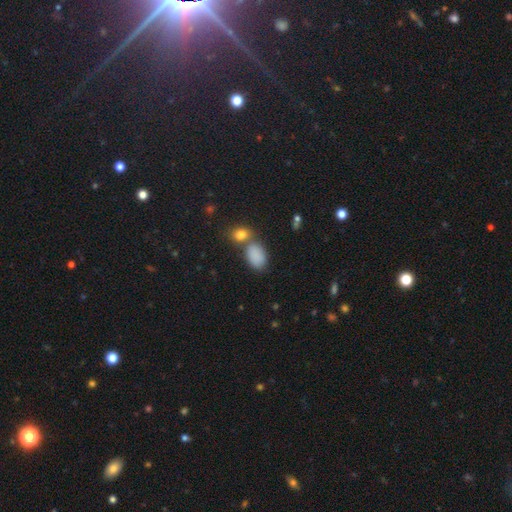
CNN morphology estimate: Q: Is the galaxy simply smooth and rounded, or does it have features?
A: smooth — 86%.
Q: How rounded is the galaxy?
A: in between — 90%.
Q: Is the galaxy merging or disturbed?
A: none — 54%.